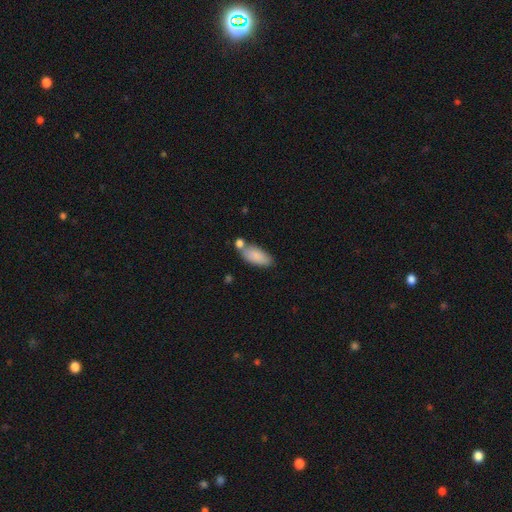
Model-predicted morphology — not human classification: Overall: smooth (85%). How rounded: in between (86%). Merging: none (54%; merger 23%).